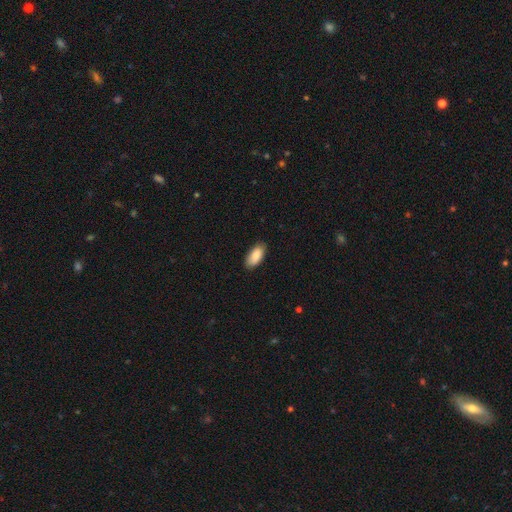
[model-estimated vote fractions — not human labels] This appears to be a smooth galaxy with no disk features (88%) that is in between round and cigar-shaped (91%). Merging: none (86%).